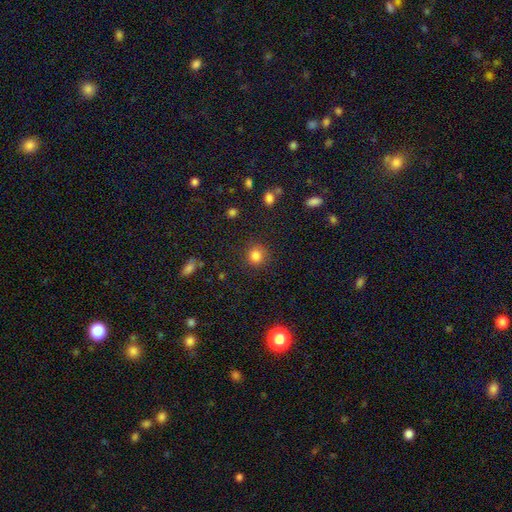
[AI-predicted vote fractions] Smooth or featured? smooth (83%)
How rounded? round (88%)
Merging? none (86%)